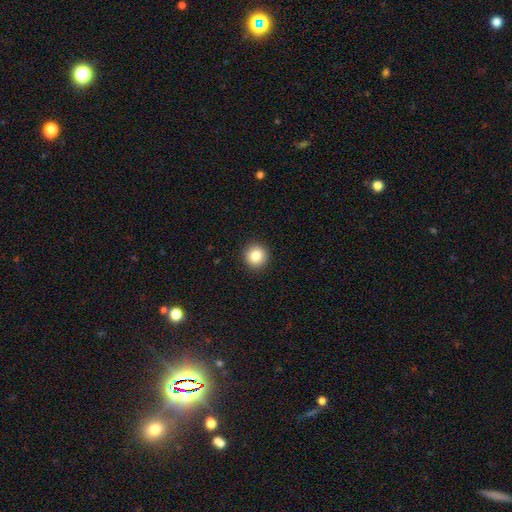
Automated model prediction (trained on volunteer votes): Smooth or featured: smooth — 85% (star or artifact — 10%)
How rounded: round — 94% (in between — 5%)
Merging: none — 93% (minor disturbance — 5%)